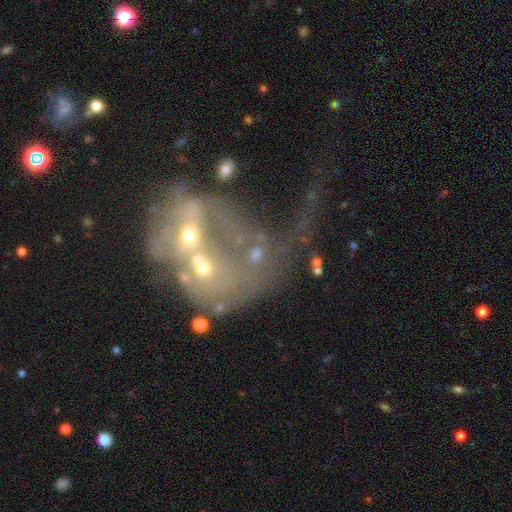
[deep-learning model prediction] This appears to be a featured or disk galaxy (63%) with no bar (78%), no spiral arms (70%) and a moderate central bulge (42%). Merging: merger (66%).